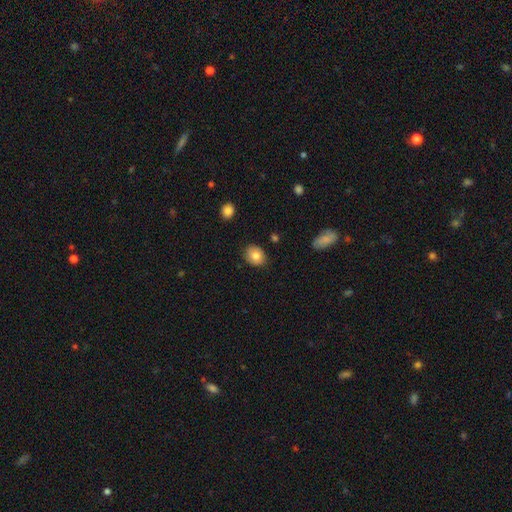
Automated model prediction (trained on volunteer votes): The model was most divided on "how rounded": in between: 52%, round: 48%, cigar-shaped: 1%. More confident: merging — none (85%); smooth or featured — smooth (81%).